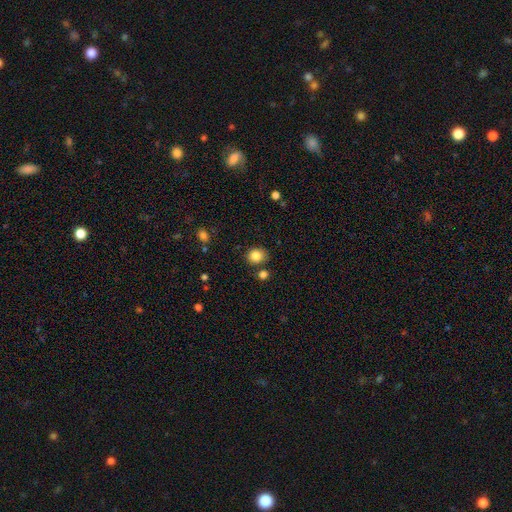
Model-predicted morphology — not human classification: Overall: smooth (84%). How rounded: round (71%). Merging: none (80%).